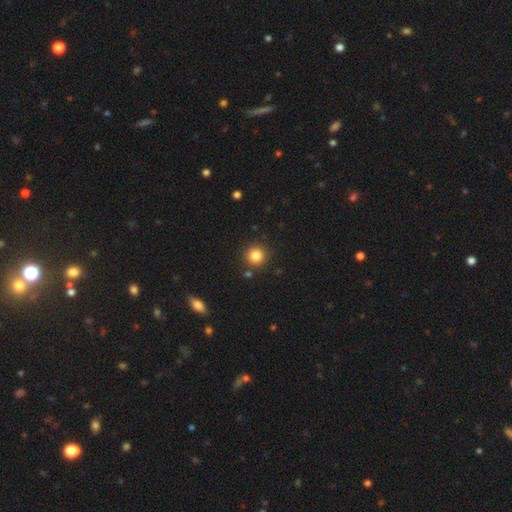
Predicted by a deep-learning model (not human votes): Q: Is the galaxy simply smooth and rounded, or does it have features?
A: smooth — 84%.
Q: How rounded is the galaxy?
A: round — 93%.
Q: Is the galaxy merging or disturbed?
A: none — 87%.